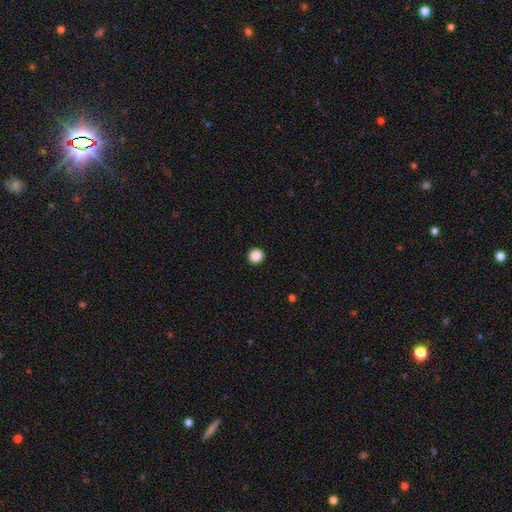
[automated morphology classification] type=smooth (88%); roundness=round (93%); merging=none (94%).